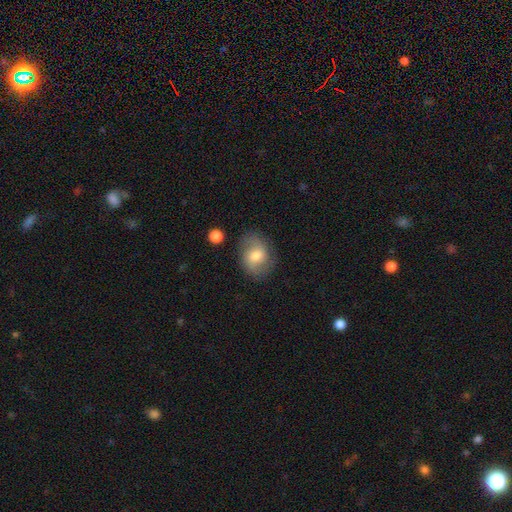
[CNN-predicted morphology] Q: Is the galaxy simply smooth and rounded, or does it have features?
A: smooth — 50%.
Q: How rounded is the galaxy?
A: in between — 58%.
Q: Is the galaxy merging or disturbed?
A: none — 76%.